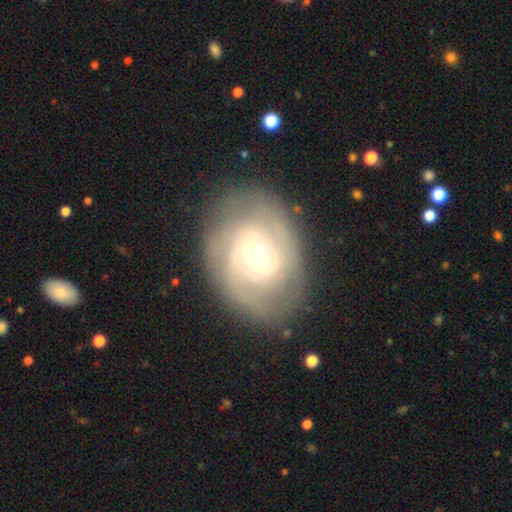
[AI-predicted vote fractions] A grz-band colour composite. It shows a featured or disk galaxy (79%) with a weak bar (48%), 2 (39%) tight (62%) spiral arms (90%) and a small central bulge (52%). Merging: none (80%).